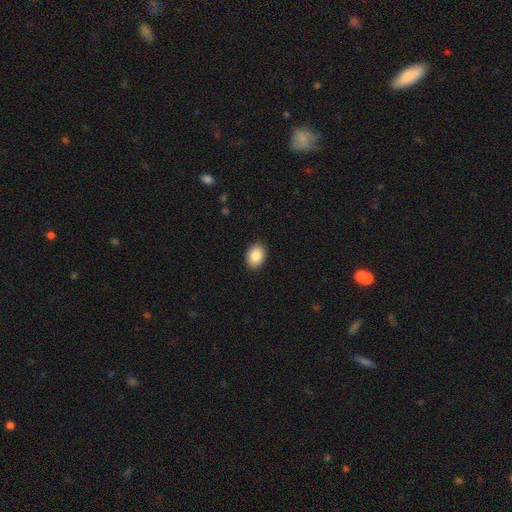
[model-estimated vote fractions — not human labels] A smooth galaxy with no disk features (87%) that is in between round and cigar-shaped (75%).

Vote fractions:
- Smooth or featured? smooth: 87% / star or artifact: 7% / featured or disk: 6%
- How rounded? in between: 75% / round: 24% / cigar-shaped: 1%
- Merging? none: 90% / minor disturbance: 7% / major disturbance: 2% / merger: 1%